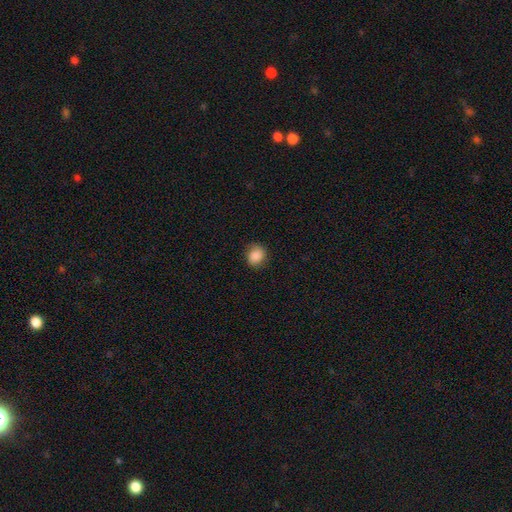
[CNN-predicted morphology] Smooth or featured?
  - smooth: 85% *
  - star or artifact: 9%
  - featured or disk: 6%
How rounded?
  - round: 73% *
  - in between: 26%
  - cigar-shaped: 1%
Merging?
  - none: 81% *
  - minor disturbance: 15%
  - major disturbance: 4%
  - merger: 1%